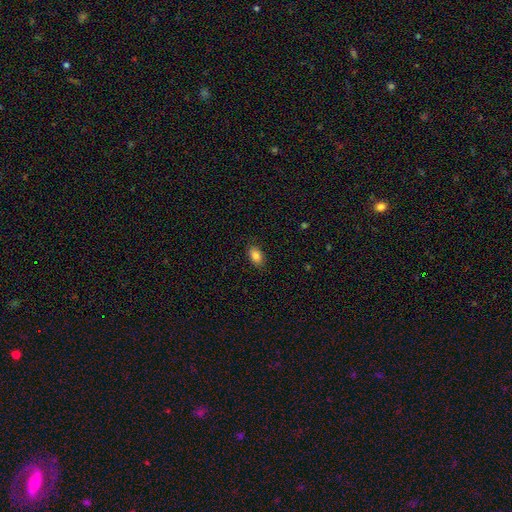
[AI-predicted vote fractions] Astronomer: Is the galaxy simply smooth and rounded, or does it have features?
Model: smooth — 85%.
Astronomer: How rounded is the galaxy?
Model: in between — 89%.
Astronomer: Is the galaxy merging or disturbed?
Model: none — 88%.